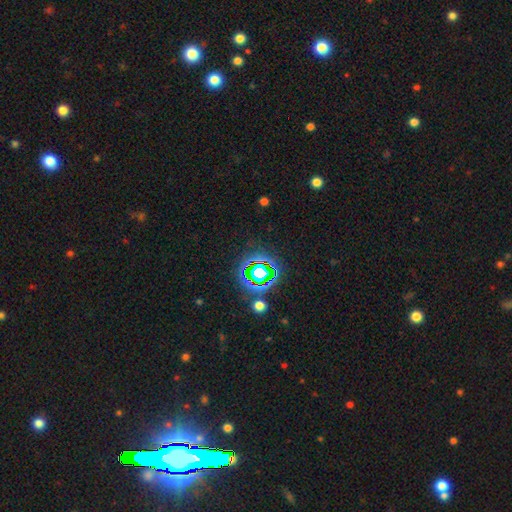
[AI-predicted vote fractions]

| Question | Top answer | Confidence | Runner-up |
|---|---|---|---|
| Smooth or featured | star or artifact | 78% | smooth (14%) |